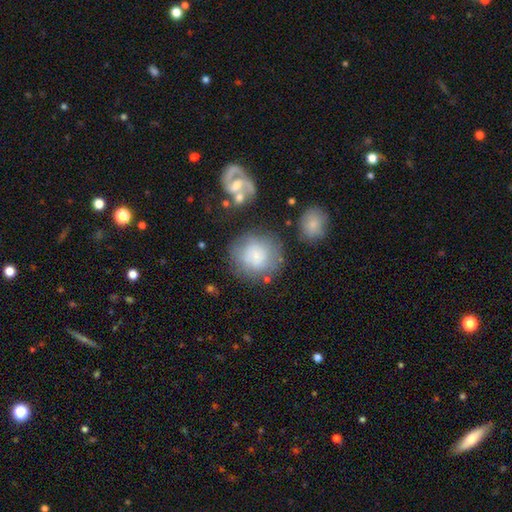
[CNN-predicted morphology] smooth_or_featured: smooth (p=0.70) [alt: featured or disk p=0.21]
how_rounded: round (p=0.89) [alt: in between p=0.11]
merging: none (p=0.63) [alt: minor disturbance p=0.17]